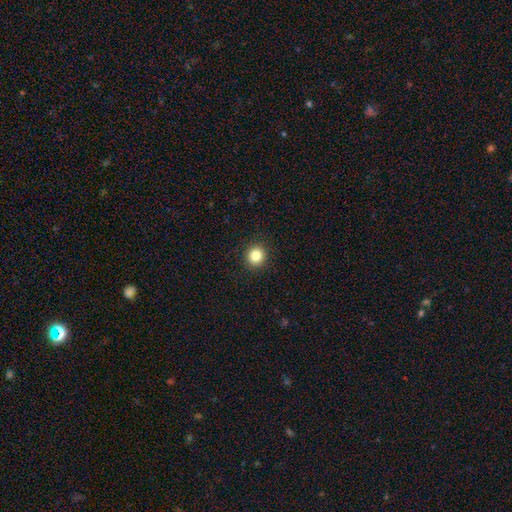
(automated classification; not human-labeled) Morphology: type=smooth (84%); roundness=round (91%); merging=none (92%).